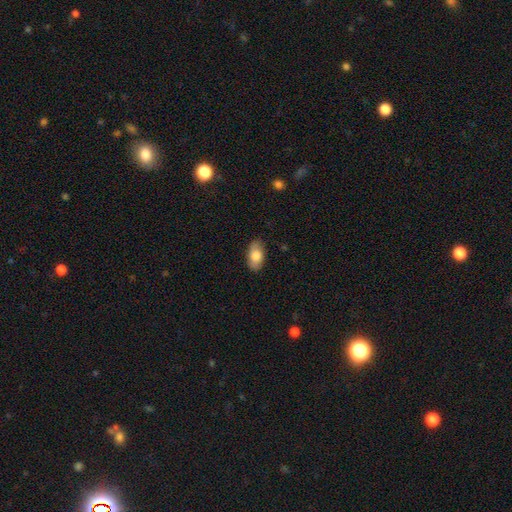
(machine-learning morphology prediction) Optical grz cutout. It shows a smooth galaxy with no disk features (76%) that is in between round and cigar-shaped (92%). Merging: none (81%).